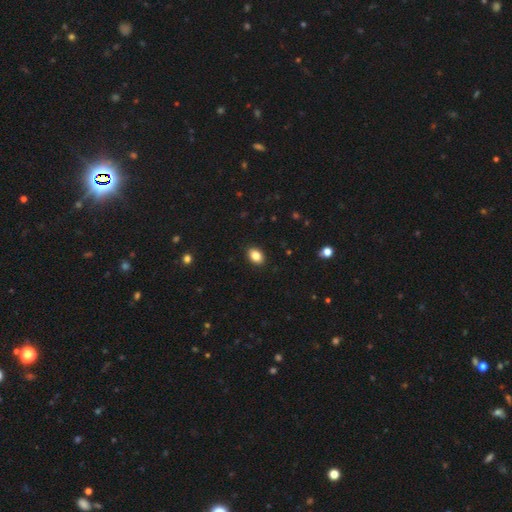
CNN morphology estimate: A smooth galaxy with no disk features (85%) that is in between round and cigar-shaped (76%). Merging: none (90%).